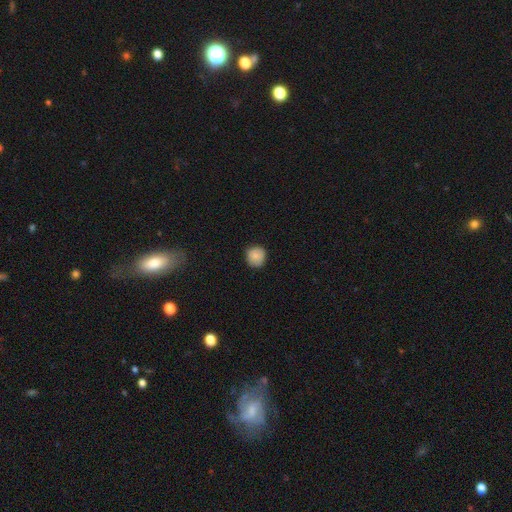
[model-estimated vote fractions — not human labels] This appears to be a smooth galaxy with no disk features (86%) that is round (92%). Merging: none (88%).